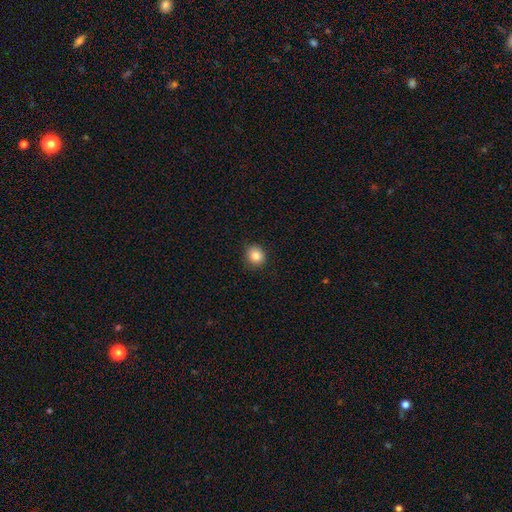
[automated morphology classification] smooth_or_featured: smooth (p=0.85) [alt: star or artifact p=0.10]
how_rounded: round (p=0.84) [alt: in between p=0.15]
merging: none (p=0.88) [alt: minor disturbance p=0.09]